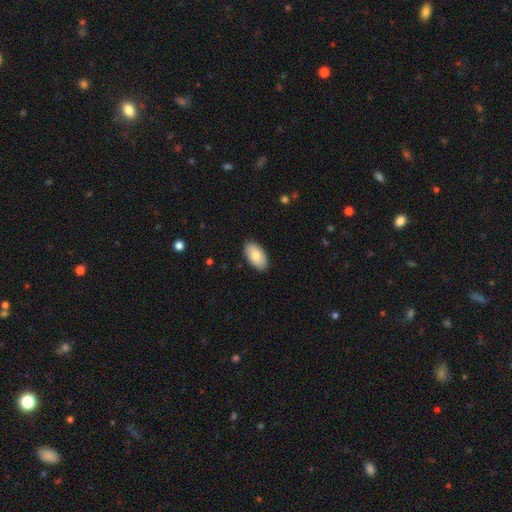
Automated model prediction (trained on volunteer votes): A smooth galaxy with no disk features (79%) that is in between round and cigar-shaped (95%).

Vote fractions:
- Smooth or featured? smooth: 79% / featured or disk: 15% / star or artifact: 6%
- How rounded? in between: 95% / round: 3% / cigar-shaped: 2%
- Merging? none: 88% / minor disturbance: 9% / major disturbance: 2% / merger: 1%